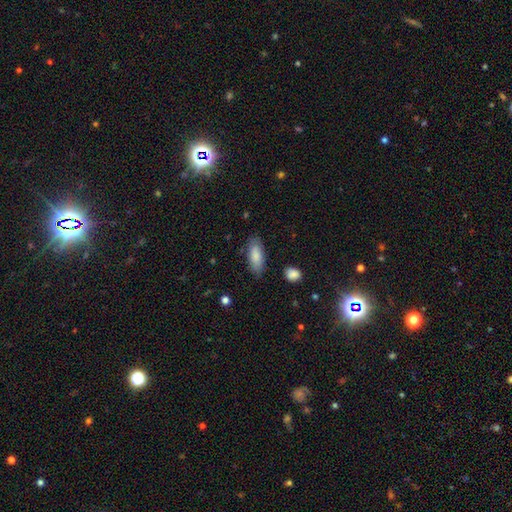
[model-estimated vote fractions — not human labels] Smooth or featured?
  - smooth: 84% *
  - featured or disk: 10%
  - star or artifact: 6%
How rounded?
  - in between: 78% *
  - cigar-shaped: 20%
  - round: 2%
Merging?
  - none: 82% *
  - minor disturbance: 13%
  - major disturbance: 3%
  - merger: 2%